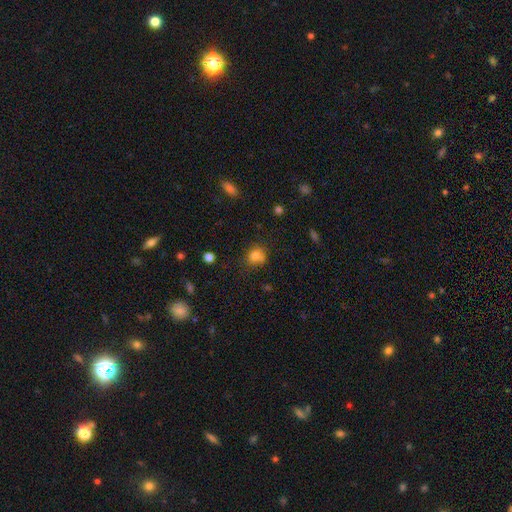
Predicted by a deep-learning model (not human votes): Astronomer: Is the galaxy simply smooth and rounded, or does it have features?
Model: smooth — 79%.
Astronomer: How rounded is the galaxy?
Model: round — 65%.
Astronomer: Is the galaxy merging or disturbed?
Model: none — 60%.